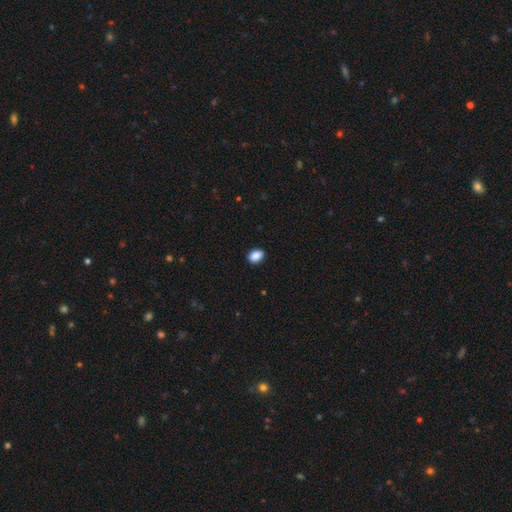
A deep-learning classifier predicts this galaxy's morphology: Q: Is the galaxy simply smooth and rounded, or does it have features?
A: smooth — 89%.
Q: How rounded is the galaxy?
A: in between — 76%.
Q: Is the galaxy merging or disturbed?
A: none — 89%.